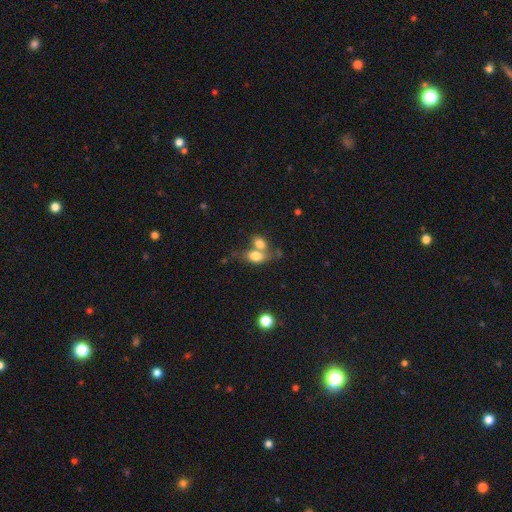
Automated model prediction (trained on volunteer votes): Smooth or featured: smooth — 76% (featured or disk — 15%)
How rounded: in between — 79% (round — 18%)
Merging: merger — 57% (none — 28%)